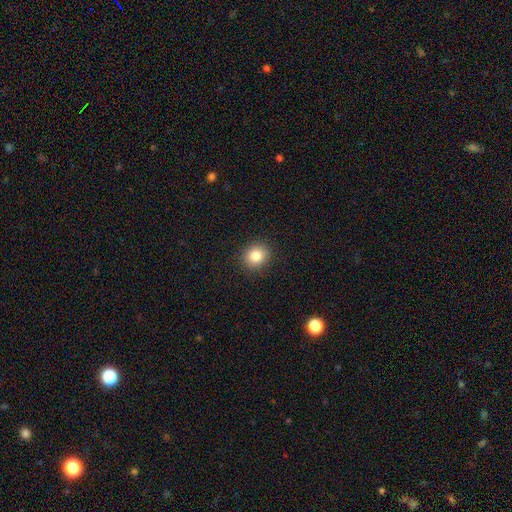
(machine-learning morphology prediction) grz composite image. It shows a smooth galaxy with no disk features (84%) that is round (79%). Merging: none (90%).